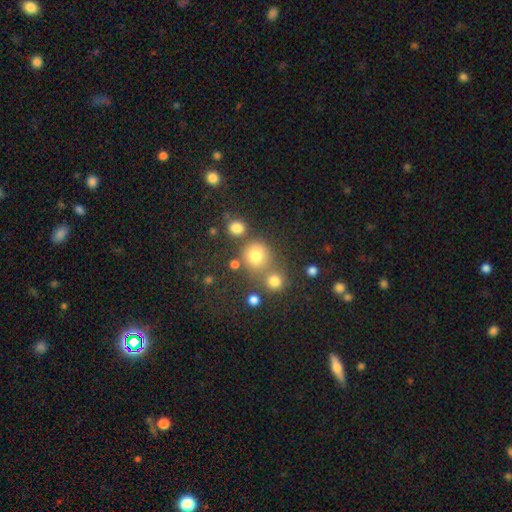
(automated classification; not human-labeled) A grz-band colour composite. It shows a smooth galaxy with no disk features (76%) that is round (89%). Merging: none (65%).